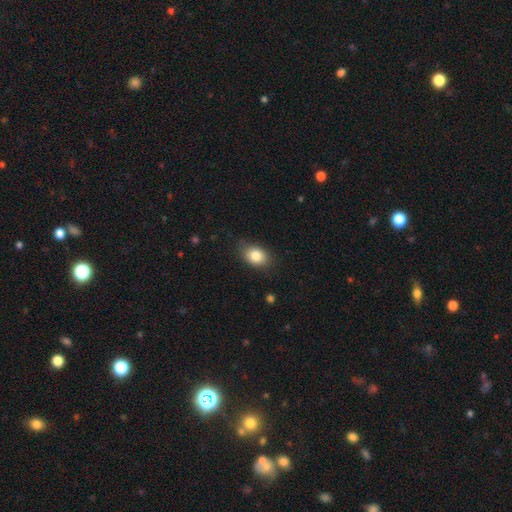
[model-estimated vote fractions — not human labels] Smooth or featured? Predicted: smooth (p=0.84). How rounded? Predicted: in between (p=0.73). Merging? Predicted: none (p=0.75).